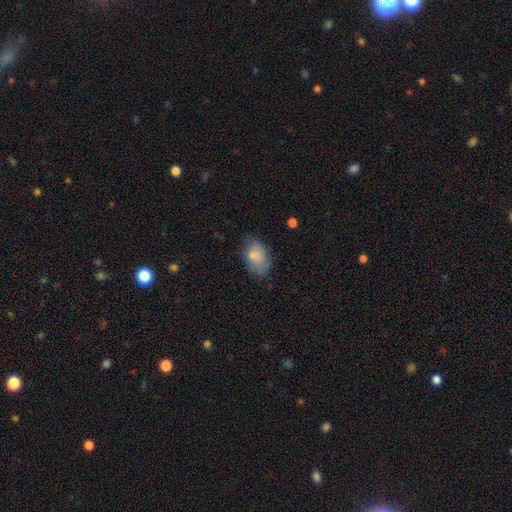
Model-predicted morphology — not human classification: Smooth or featured? Predicted: smooth (p=0.78). How rounded? Predicted: in between (p=0.88). Merging? Predicted: none (p=0.56).